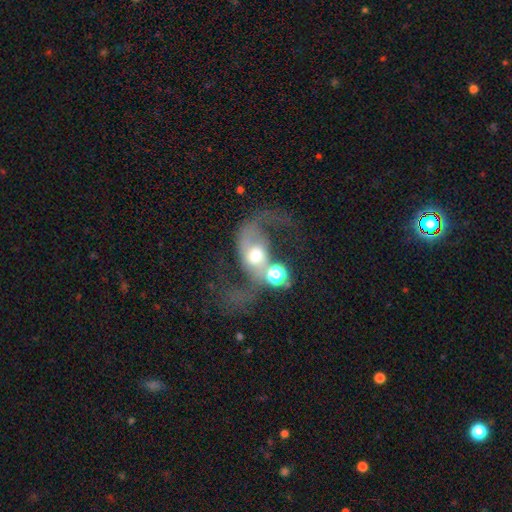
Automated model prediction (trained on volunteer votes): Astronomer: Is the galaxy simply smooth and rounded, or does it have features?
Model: featured or disk — 65%.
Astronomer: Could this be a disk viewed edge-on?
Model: no — 96%.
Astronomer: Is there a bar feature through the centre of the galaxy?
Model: no — 59%.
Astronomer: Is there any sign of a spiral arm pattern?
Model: yes — 81%.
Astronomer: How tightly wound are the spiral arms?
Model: loose — 81%.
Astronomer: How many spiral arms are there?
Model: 2 — 83%.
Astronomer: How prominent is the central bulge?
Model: moderate — 60%.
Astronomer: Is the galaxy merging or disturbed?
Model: merger — 32% (runner-up: major disturbance, 30%).